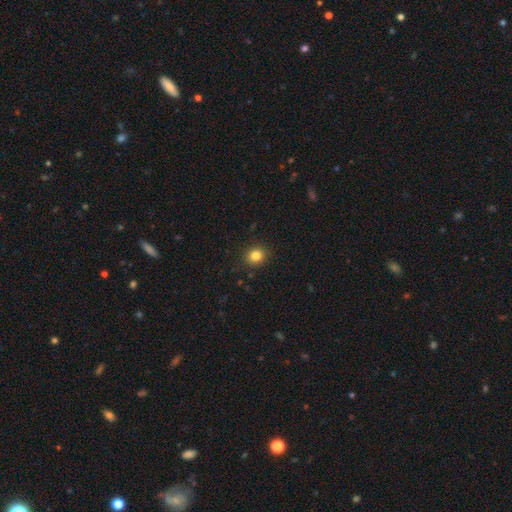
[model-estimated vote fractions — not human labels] The model was most divided on "how rounded": round: 77%, in between: 22%, cigar-shaped: 1%. More confident: merging — none (90%); smooth or featured — smooth (83%).